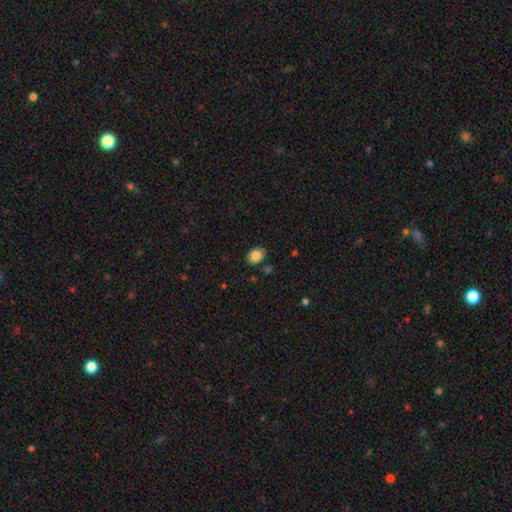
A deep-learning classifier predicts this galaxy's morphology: This appears to be a smooth galaxy with no disk features (85%) that is in between round and cigar-shaped (74%). Merging: none (85%).